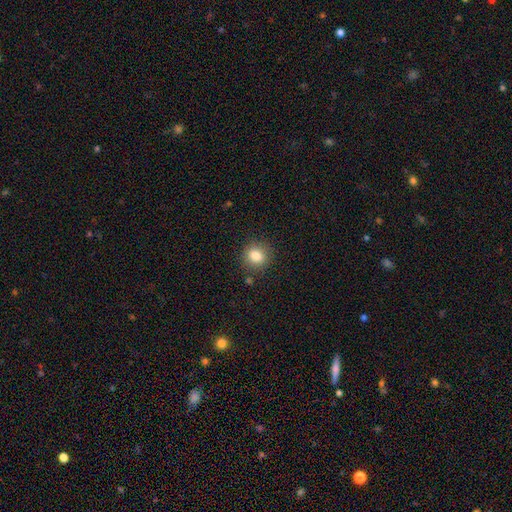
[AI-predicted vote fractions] Q: Smooth or featured?
A: smooth (83%); runner-up: star or artifact (10%)
Q: How rounded?
A: round (80%); runner-up: in between (19%)
Q: Merging?
A: none (85%); runner-up: minor disturbance (10%)